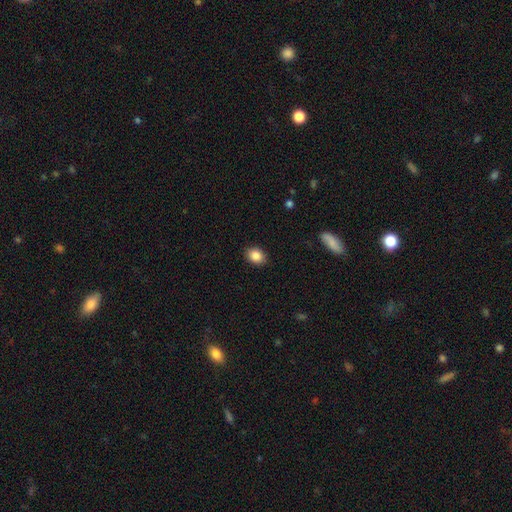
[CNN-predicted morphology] Smooth or featured?
  - smooth: 86% *
  - star or artifact: 9%
  - featured or disk: 5%
How rounded?
  - in between: 62% *
  - round: 37%
  - cigar-shaped: 1%
Merging?
  - none: 89% *
  - minor disturbance: 8%
  - major disturbance: 2%
  - merger: 1%